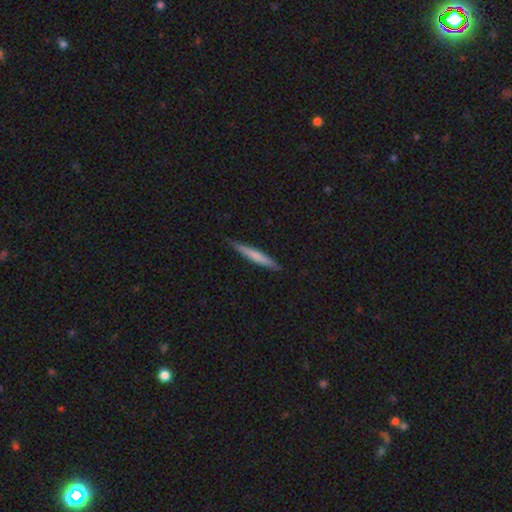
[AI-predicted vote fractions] Smooth or featured?
  - smooth: 62% *
  - featured or disk: 32%
  - star or artifact: 5%
How rounded?
  - cigar-shaped: 96% *
  - in between: 3%
  - round: 1%
Merging?
  - none: 89% *
  - minor disturbance: 8%
  - major disturbance: 1%
  - merger: 1%